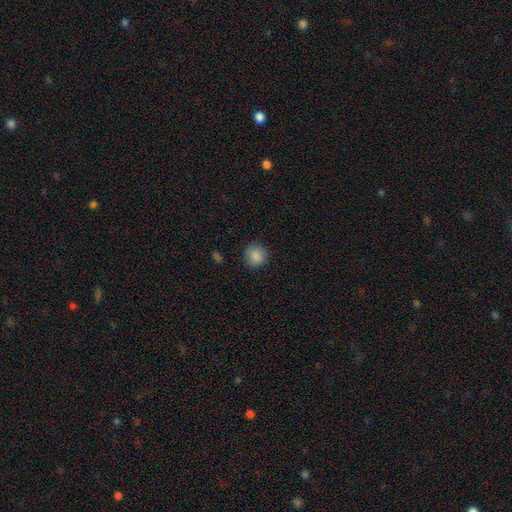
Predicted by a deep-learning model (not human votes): Smooth or featured: smooth — 87% (star or artifact — 9%)
How rounded: round — 91% (in between — 8%)
Merging: none — 87% (minor disturbance — 10%)